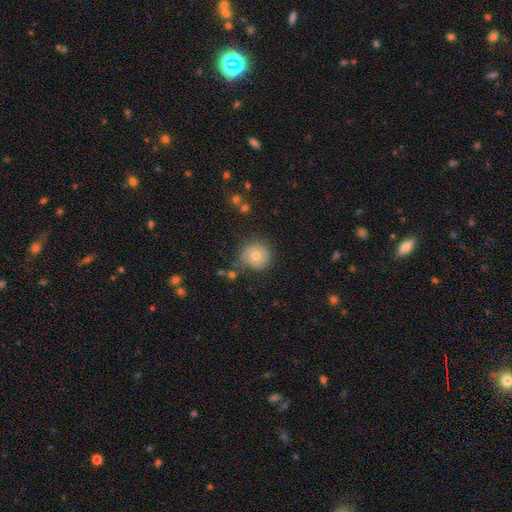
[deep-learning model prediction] Q: Smooth or featured?
A: smooth (73%); runner-up: featured or disk (16%)
Q: How rounded?
A: round (91%); runner-up: in between (8%)
Q: Merging?
A: none (71%); runner-up: minor disturbance (19%)